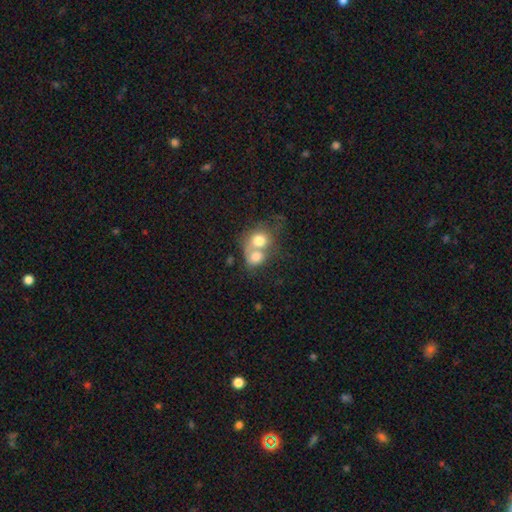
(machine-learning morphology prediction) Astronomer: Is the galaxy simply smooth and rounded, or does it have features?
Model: smooth — 60%.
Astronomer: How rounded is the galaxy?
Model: round — 68%.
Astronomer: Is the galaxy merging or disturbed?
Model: merger — 69%.